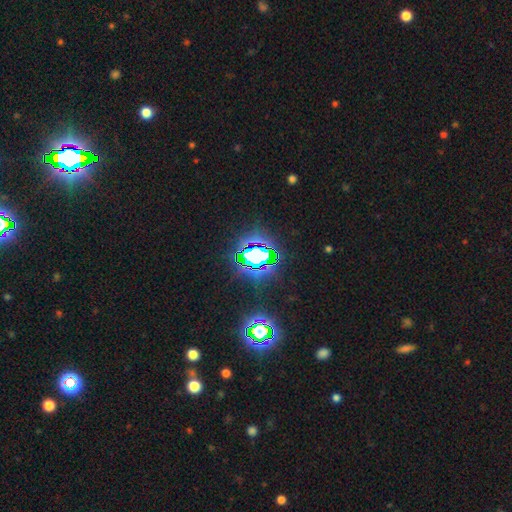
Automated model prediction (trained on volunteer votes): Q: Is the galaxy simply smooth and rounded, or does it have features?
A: star or artifact — 75%.